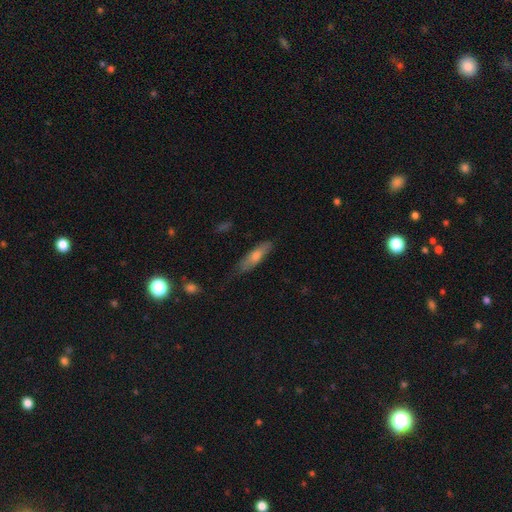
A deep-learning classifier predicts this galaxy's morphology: smooth_or_featured: smooth (p=0.61) [alt: featured or disk p=0.32]
how_rounded: cigar-shaped (p=0.64) [alt: in between p=0.34]
merging: none (p=0.69) [alt: minor disturbance p=0.24]